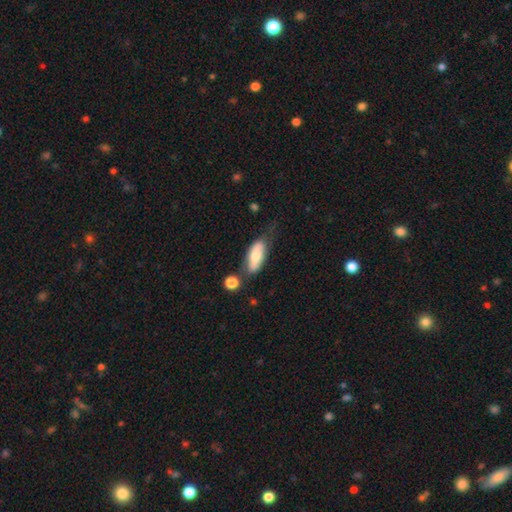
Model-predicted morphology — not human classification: This is likely a smooth galaxy (67%). How rounded: likely in between (76%). Merging: possibly none (49%).